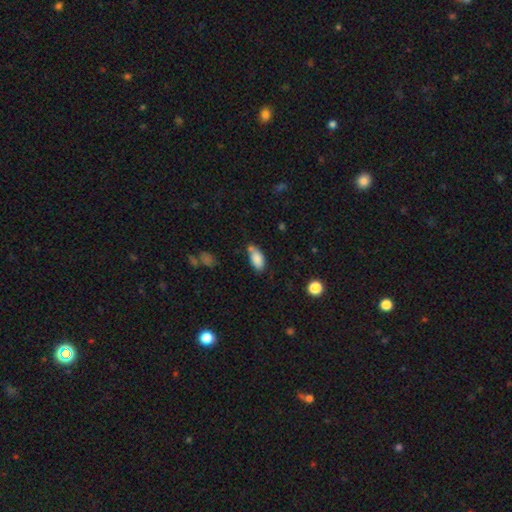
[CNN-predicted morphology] Smooth or featured? Predicted: smooth (p=0.86). How rounded? Predicted: in between (p=0.92). Merging? Predicted: none (p=0.55).